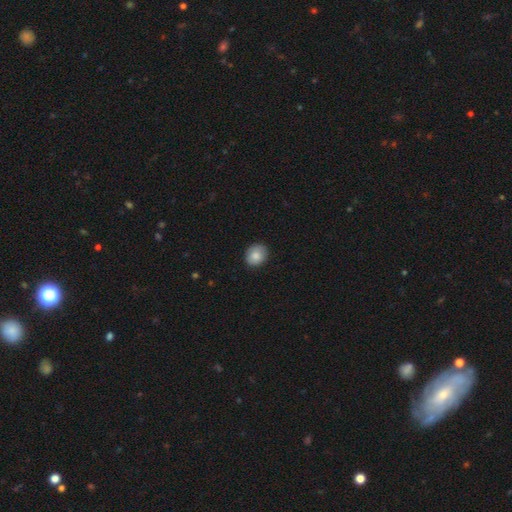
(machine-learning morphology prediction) The model was most divided on "how rounded": round: 66%, in between: 33%, cigar-shaped: 1%. More confident: merging — none (85%); smooth or featured — smooth (84%).